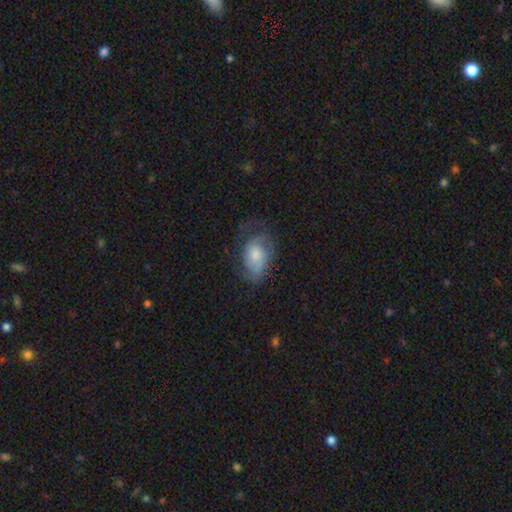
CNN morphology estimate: This is possibly a smooth galaxy (51%). How rounded: clearly in between (84%). Merging: possibly none (46%).